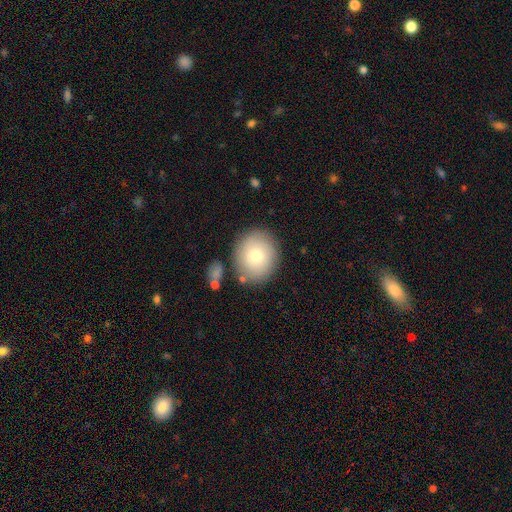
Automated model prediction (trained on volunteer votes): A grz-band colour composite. It shows a smooth galaxy with no disk features (74%) that is round (74%). Merging: none (81%).